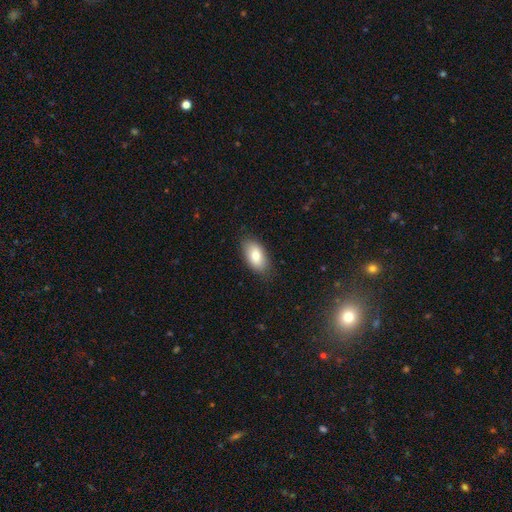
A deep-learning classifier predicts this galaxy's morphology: A smooth galaxy with no disk features (79%) that is in between round and cigar-shaped (92%). Merging: none (85%).